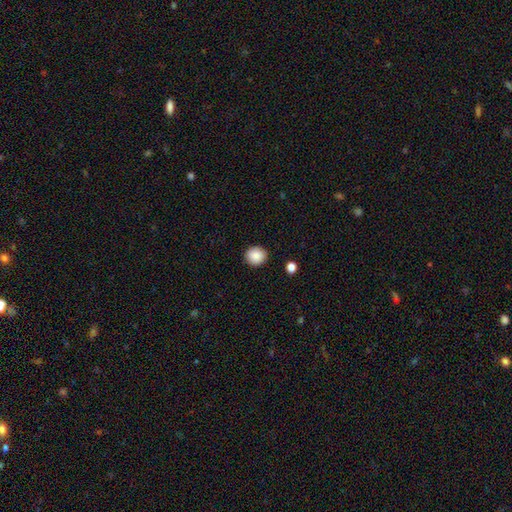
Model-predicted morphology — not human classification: The model was most divided on "how rounded": round: 86%, in between: 13%, cigar-shaped: 1%. More confident: merging — none (91%); smooth or featured — smooth (88%).